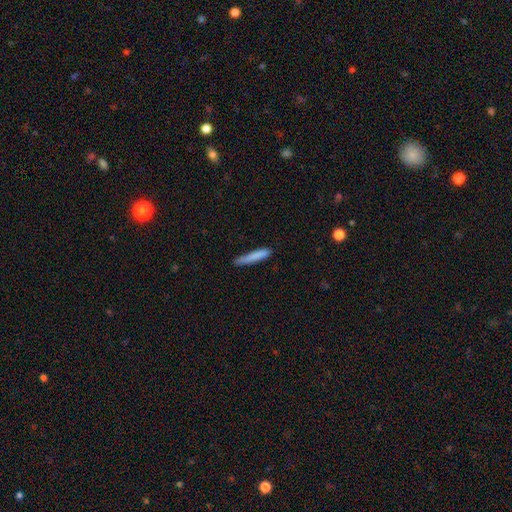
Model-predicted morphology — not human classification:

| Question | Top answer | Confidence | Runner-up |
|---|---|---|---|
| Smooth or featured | smooth | 83% | featured or disk (11%) |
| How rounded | cigar-shaped | 92% | in between (6%) |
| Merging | none | 78% | minor disturbance (17%) |